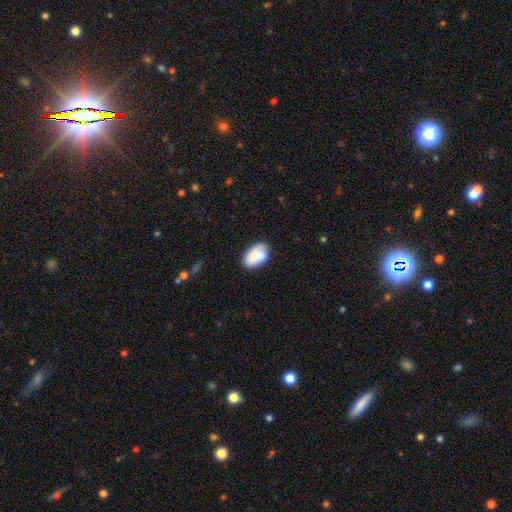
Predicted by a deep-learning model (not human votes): smooth_or_featured: smooth (p=0.79) [alt: featured or disk p=0.14]
how_rounded: in between (p=0.92) [alt: round p=0.07]
merging: none (p=0.69) [alt: minor disturbance p=0.21]